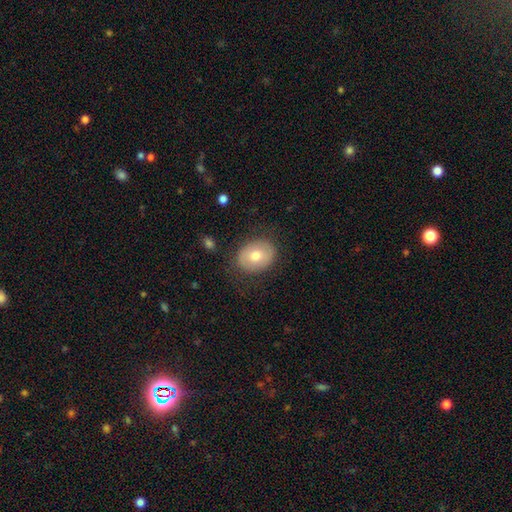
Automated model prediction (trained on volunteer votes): This is likely a smooth galaxy (68%). How rounded: possibly in between (57%). Merging: clearly none (82%).